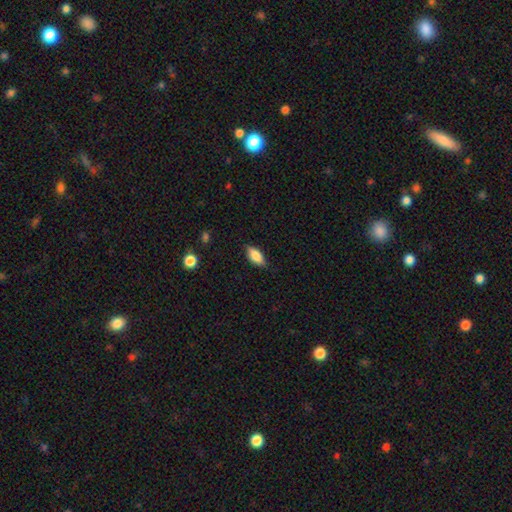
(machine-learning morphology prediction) Smooth or featured: smooth — 80% (featured or disk — 13%)
How rounded: in between — 86% (cigar-shaped — 11%)
Merging: none — 80% (minor disturbance — 16%)